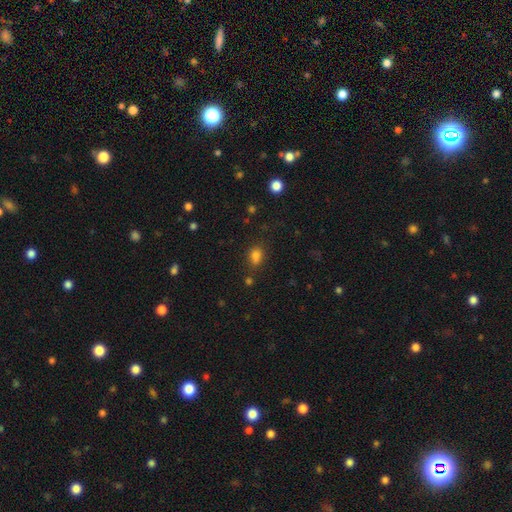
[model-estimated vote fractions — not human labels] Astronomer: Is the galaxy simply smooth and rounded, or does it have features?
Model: smooth — 79%.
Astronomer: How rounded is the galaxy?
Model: in between — 67%.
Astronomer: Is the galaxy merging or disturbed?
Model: none — 62%.